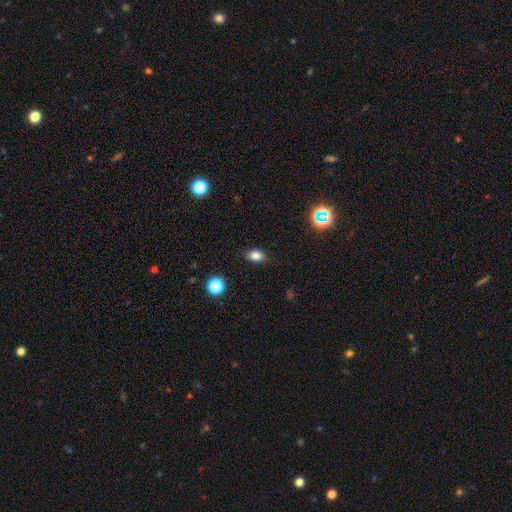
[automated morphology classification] The model was most divided on "how rounded": in between: 81%, round: 17%, cigar-shaped: 2%. More confident: merging — none (87%); smooth or featured — smooth (82%).